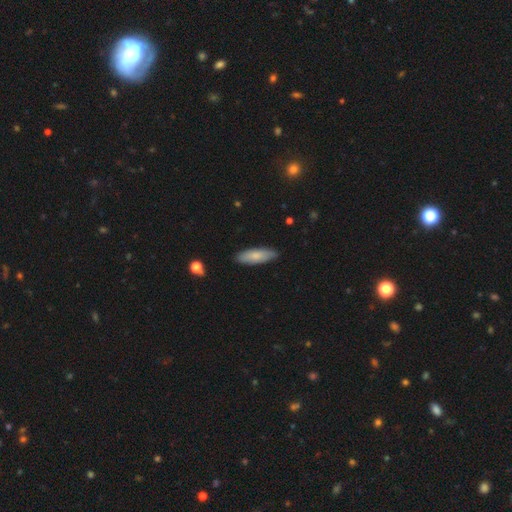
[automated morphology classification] The model was most divided on "how rounded": in between: 53%, cigar-shaped: 45%, round: 2%. More confident: merging — none (87%); smooth or featured — smooth (77%).